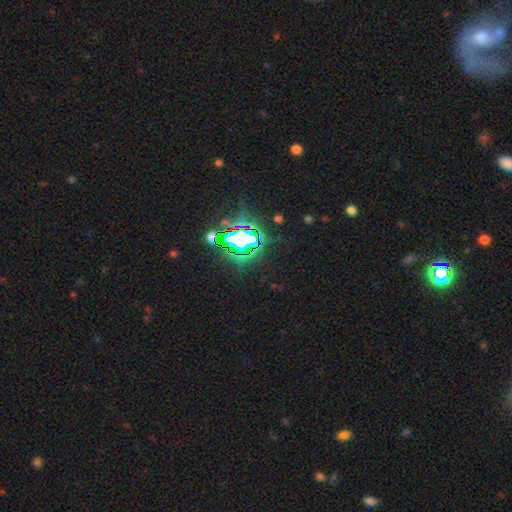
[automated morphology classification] Smooth or featured: star or artifact — 81% (smooth — 11%)